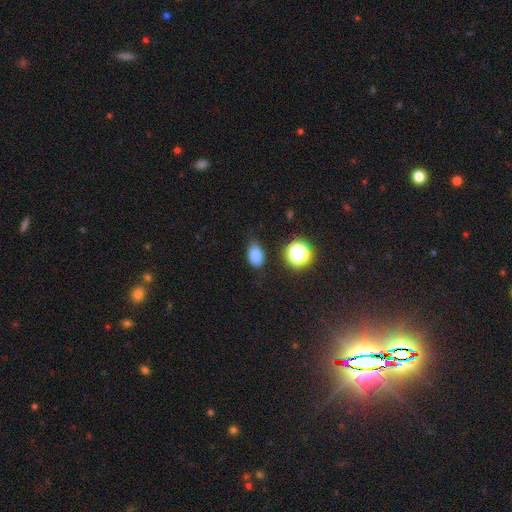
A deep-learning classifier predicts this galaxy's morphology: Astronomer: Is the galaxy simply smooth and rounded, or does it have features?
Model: smooth — 81%.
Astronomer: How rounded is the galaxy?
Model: in between — 79%.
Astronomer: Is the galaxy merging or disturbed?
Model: none — 75%.